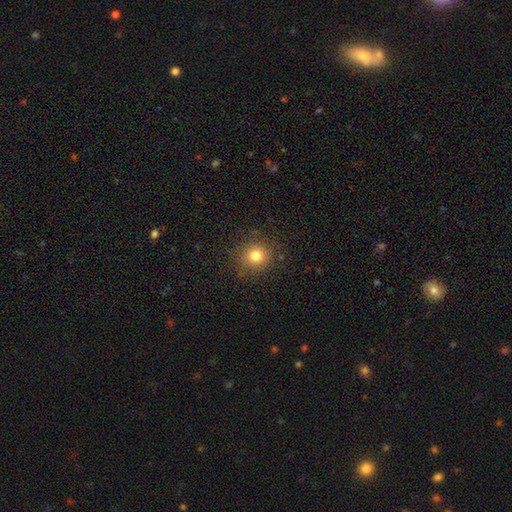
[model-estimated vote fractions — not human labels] Morphology: type=smooth (80%); roundness=round (89%); merging=none (87%).